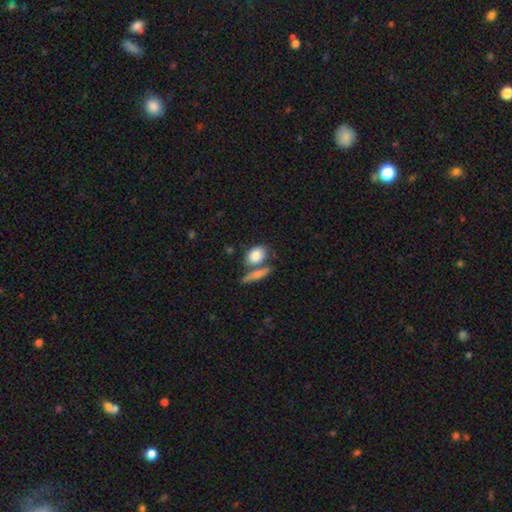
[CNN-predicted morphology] Smooth or featured? Predicted: smooth (p=0.82). How rounded? Predicted: in between (p=0.66). Merging? Predicted: none (p=0.48).